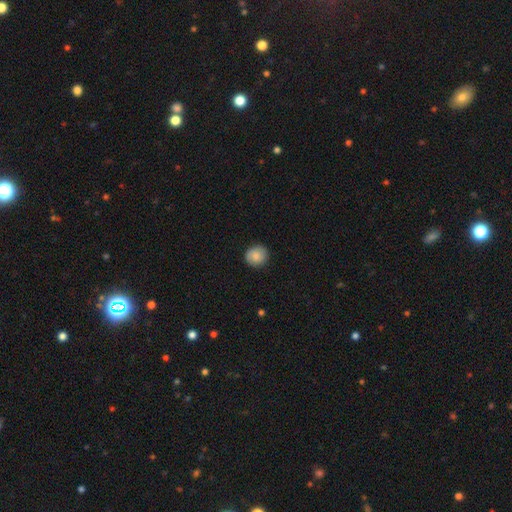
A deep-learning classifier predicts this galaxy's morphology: Smooth or featured? smooth (84%)
How rounded? round (86%)
Merging? none (87%)